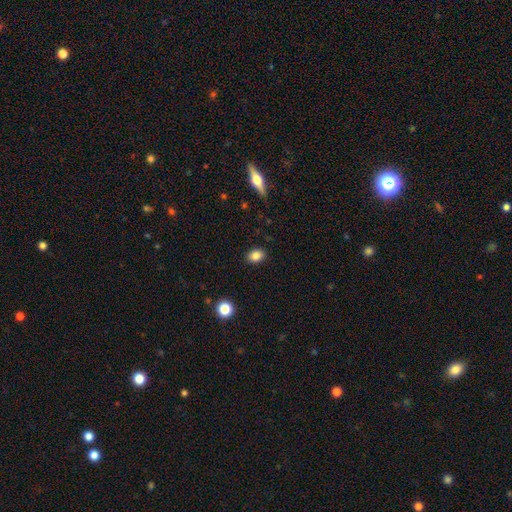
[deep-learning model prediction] Smooth or featured? Predicted: smooth (p=0.85). How rounded? Predicted: in between (p=0.64). Merging? Predicted: none (p=0.88).